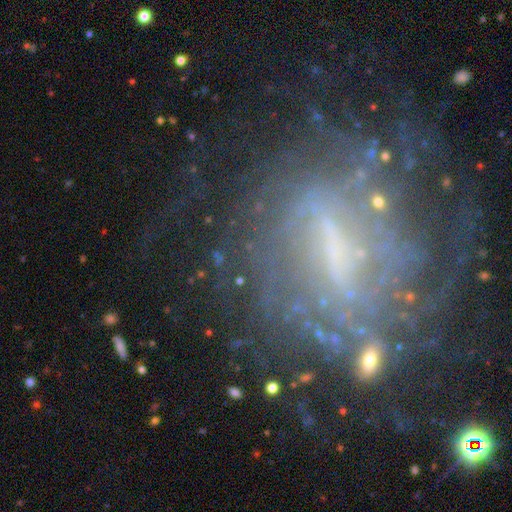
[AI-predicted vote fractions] This is likely a featured or disk galaxy (76%). It is clearly not viewed edge-on (95%). Bar: marginally strong (43%). Spiral arm pattern: likely yes (77%). Spiral arm count: possibly can't tell (54%). Spiral winding: possibly tight (50%). Central bulge: marginally none (39%). Merging: possibly none (58%).